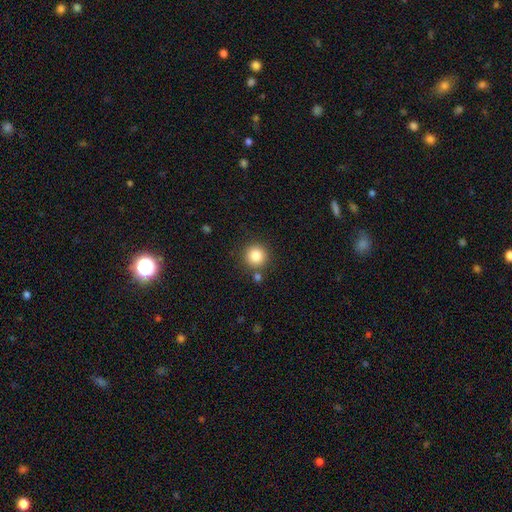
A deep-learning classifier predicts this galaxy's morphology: type=smooth (84%); roundness=round (94%); merging=none (83%).